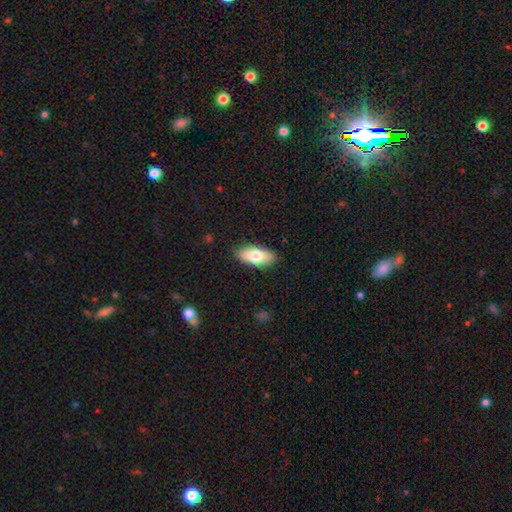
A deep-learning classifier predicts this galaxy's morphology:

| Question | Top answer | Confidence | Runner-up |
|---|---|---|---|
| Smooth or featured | smooth | 75% | featured or disk (19%) |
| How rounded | in between | 87% | cigar-shaped (10%) |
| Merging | none | 88% | minor disturbance (9%) |